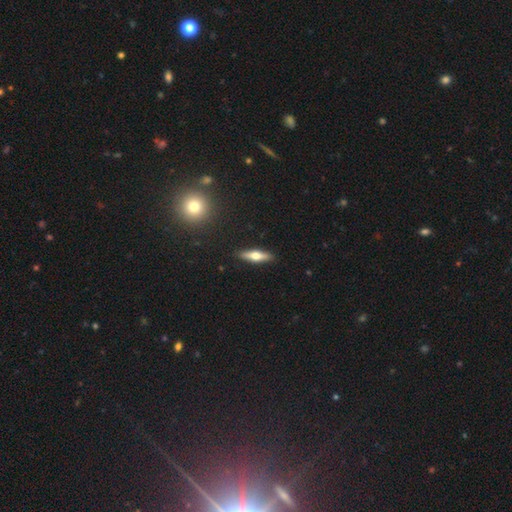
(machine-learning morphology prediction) Smooth or featured?
  - featured or disk: 47% * (tied)
  - smooth: 47% * (tied)
  - star or artifact: 6%
Merging?
  - none: 90% *
  - minor disturbance: 7%
  - major disturbance: 2%
  - merger: 1%